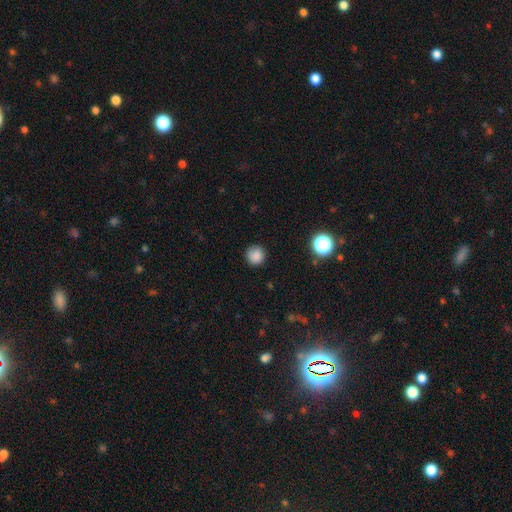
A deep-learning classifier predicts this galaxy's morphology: A smooth galaxy with no disk features (85%) that is round (94%). Merging: none (87%).